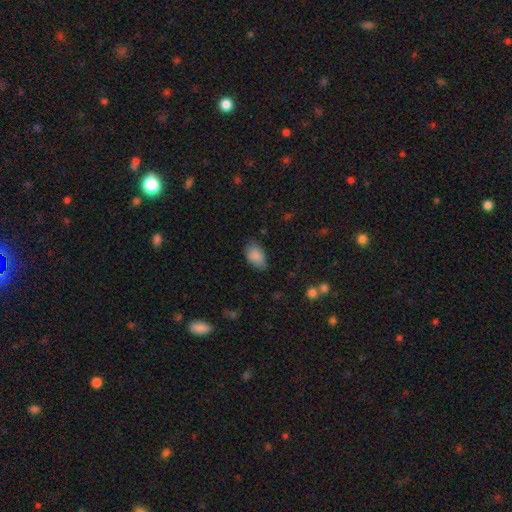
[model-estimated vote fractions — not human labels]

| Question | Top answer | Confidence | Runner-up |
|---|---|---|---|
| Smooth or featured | smooth | 87% | star or artifact (7%) |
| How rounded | in between | 90% | round (8%) |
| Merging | none | 76% | minor disturbance (19%) |